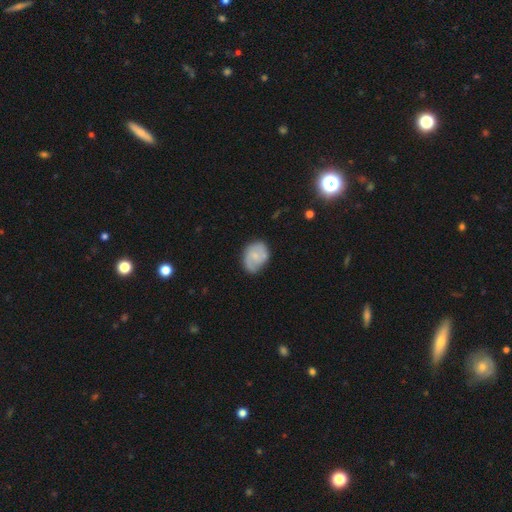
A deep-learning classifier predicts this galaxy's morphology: smooth_or_featured: smooth (p=0.48) [alt: featured or disk p=0.46]
merging: none (p=0.63) [alt: minor disturbance p=0.27]